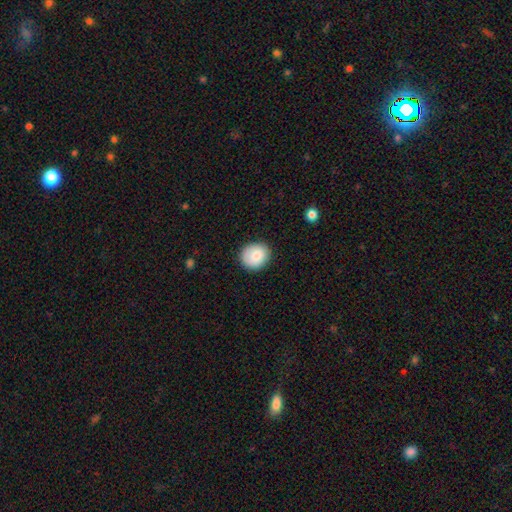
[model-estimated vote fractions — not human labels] Smooth or featured? Predicted: smooth (p=0.82). How rounded? Predicted: round (p=0.74). Merging? Predicted: none (p=0.86).